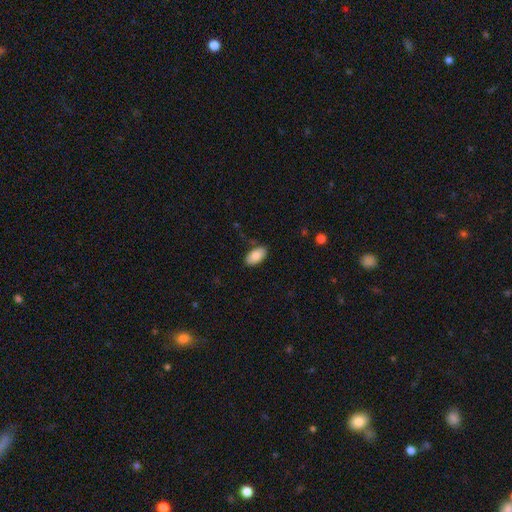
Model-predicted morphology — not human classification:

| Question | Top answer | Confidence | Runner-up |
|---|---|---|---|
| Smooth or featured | smooth | 85% | featured or disk (9%) |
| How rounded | in between | 95% | cigar-shaped (3%) |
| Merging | none | 83% | minor disturbance (13%) |